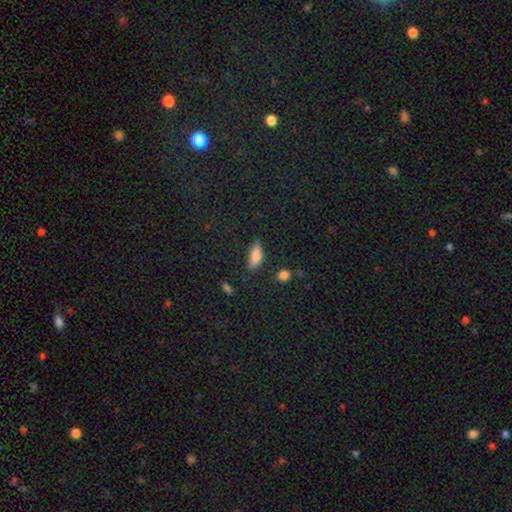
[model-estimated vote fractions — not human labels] Smooth or featured? smooth (81%)
How rounded? in between (77%)
Merging? none (73%)